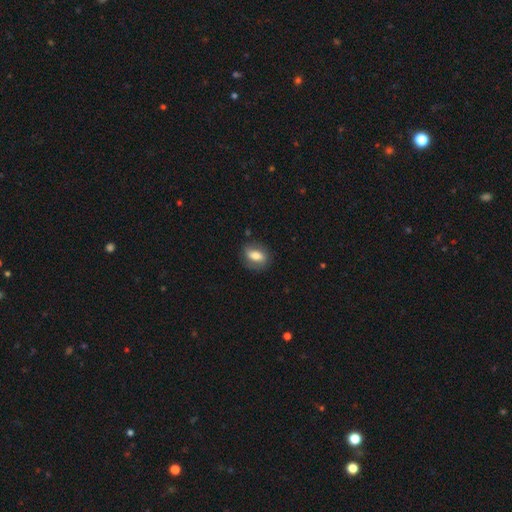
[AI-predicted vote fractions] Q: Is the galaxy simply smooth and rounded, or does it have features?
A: smooth — 71%.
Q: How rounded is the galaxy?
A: in between — 76%.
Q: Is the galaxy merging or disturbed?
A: none — 78%.